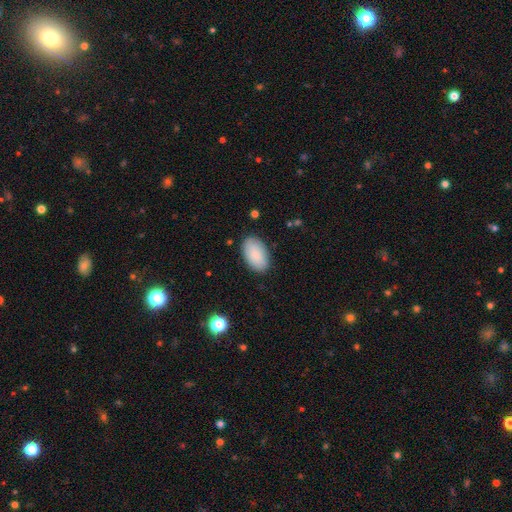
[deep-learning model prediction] A smooth galaxy with no disk features (87%) that is in between round and cigar-shaped (95%). Merging: none (86%).